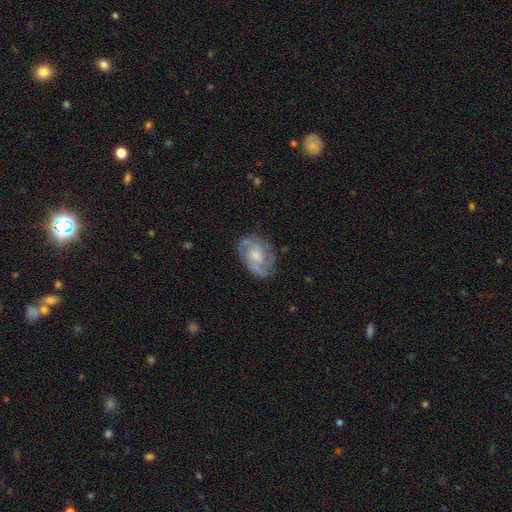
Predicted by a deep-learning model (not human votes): Smooth or featured? Predicted: featured or disk (p=0.77). Edge-on disk? Predicted: no (p=0.97). Bar? Predicted: no (p=0.62). Spiral arms? Predicted: yes (p=0.91). Spiral winding? Predicted: medium (p=0.46). Spiral arm count? Predicted: 2 (p=0.53). Bulge size? Predicted: small (p=0.44). Merging? Predicted: none (p=0.71).